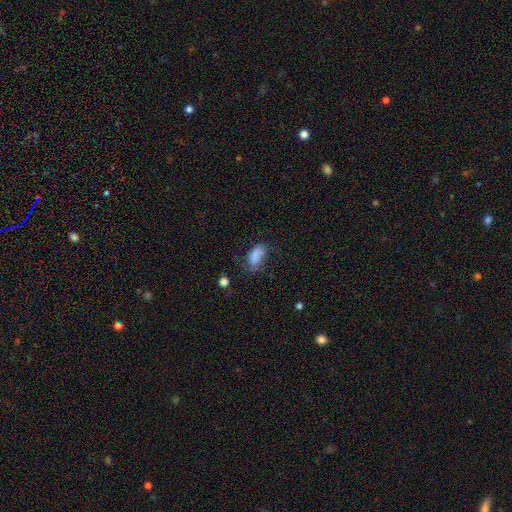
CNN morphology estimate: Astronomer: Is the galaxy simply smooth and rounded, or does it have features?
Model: smooth — 78%.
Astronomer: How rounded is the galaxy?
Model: in between — 91%.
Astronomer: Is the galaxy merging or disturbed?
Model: none — 50% (runner-up: minor disturbance, 30%).